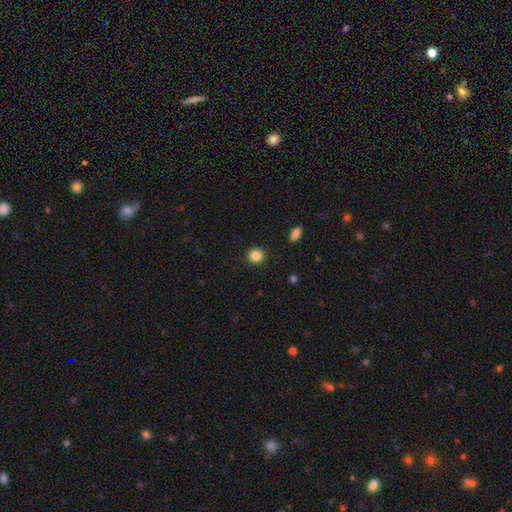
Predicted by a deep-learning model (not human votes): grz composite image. It shows a smooth galaxy with no disk features (85%) that is round (91%). Merging: none (92%).